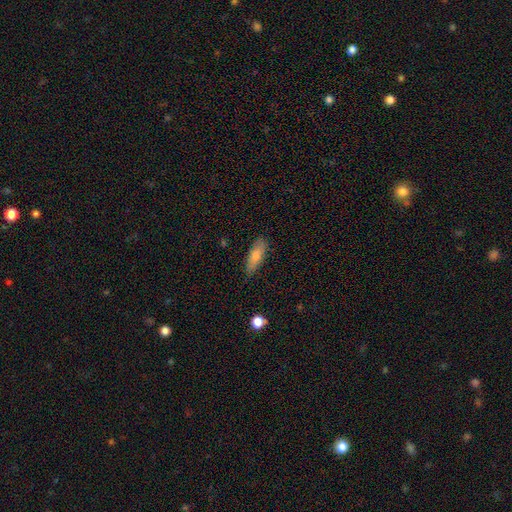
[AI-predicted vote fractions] Overall: smooth (72%). How rounded: in between (52%; cigar-shaped 46%). Merging: none (82%).